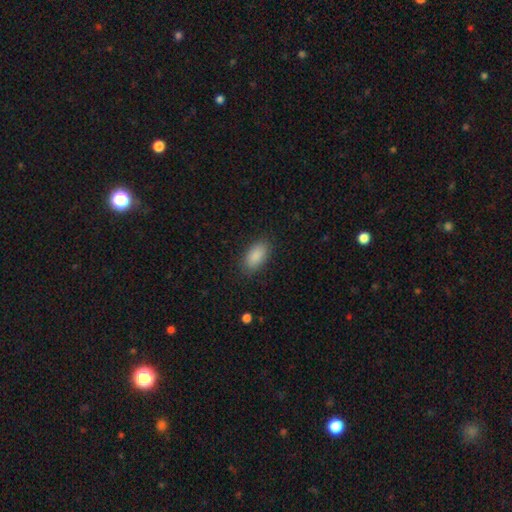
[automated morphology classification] A smooth galaxy with no disk features (89%) that is in between round and cigar-shaped (93%).

Vote fractions:
- Smooth or featured? smooth: 89% / star or artifact: 7% / featured or disk: 4%
- How rounded? in between: 93% / round: 4% / cigar-shaped: 3%
- Merging? none: 86% / minor disturbance: 10% / major disturbance: 3% / merger: 1%